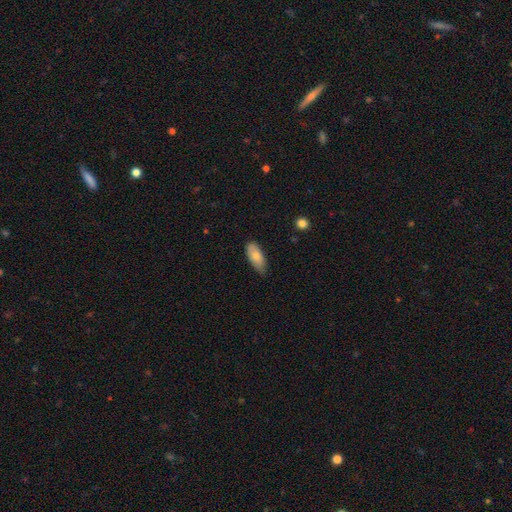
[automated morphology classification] Smooth or featured: smooth — 78% (featured or disk — 16%)
How rounded: in between — 84% (cigar-shaped — 14%)
Merging: none — 61% (minor disturbance — 33%)